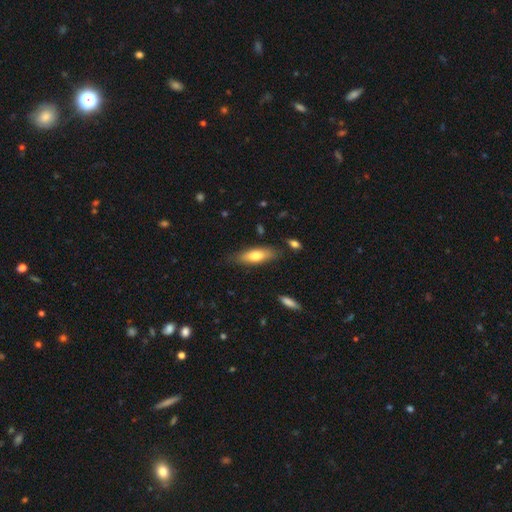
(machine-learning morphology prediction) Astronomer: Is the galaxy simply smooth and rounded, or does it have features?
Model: smooth — 71%.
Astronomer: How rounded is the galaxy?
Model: in between — 53% (runner-up: cigar-shaped, 45%).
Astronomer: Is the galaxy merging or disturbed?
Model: none — 78%.